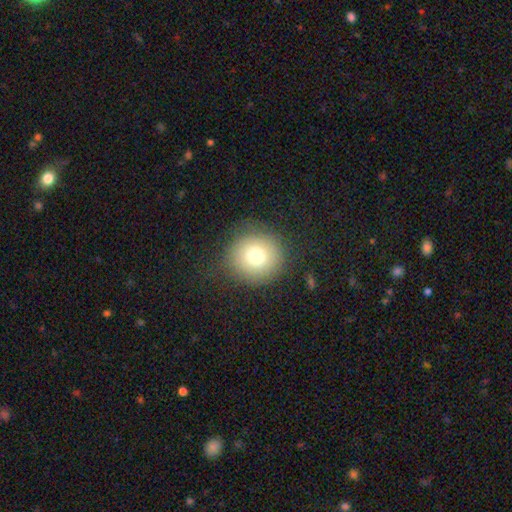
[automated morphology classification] smooth 77%, featured or disk 12%, star or artifact 11%. Down the decision tree: how rounded — round (92%); merging — none (83%).